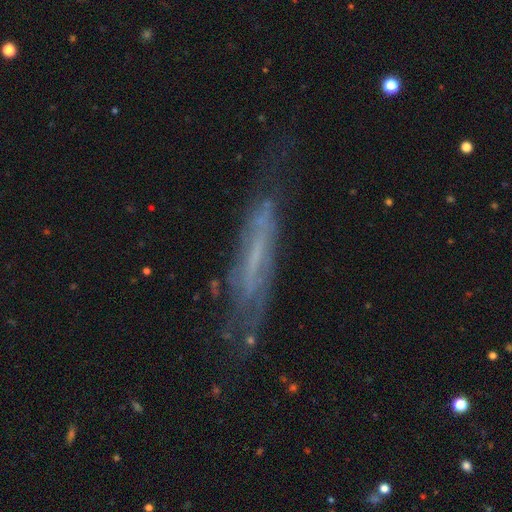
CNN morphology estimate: type=featured or disk (61%); edge-on=yes (59%); merging=none (64%).